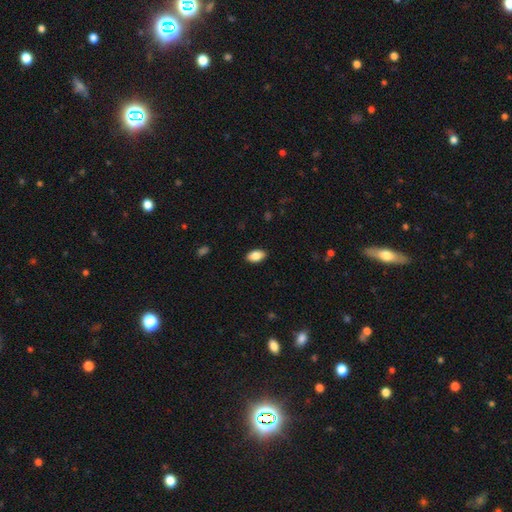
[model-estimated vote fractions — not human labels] This is clearly a smooth galaxy (86%). How rounded: clearly in between (93%). Merging: clearly none (90%).